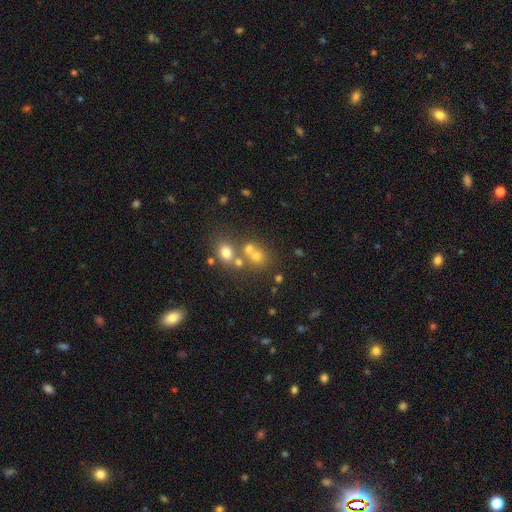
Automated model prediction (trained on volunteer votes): Smooth or featured?
  - smooth: 61% *
  - star or artifact: 21%
  - featured or disk: 18%
How rounded?
  - round: 76% *
  - in between: 22%
  - cigar-shaped: 1%
Merging?
  - none: 47% *
  - merger: 40%
  - minor disturbance: 9%
  - major disturbance: 5%